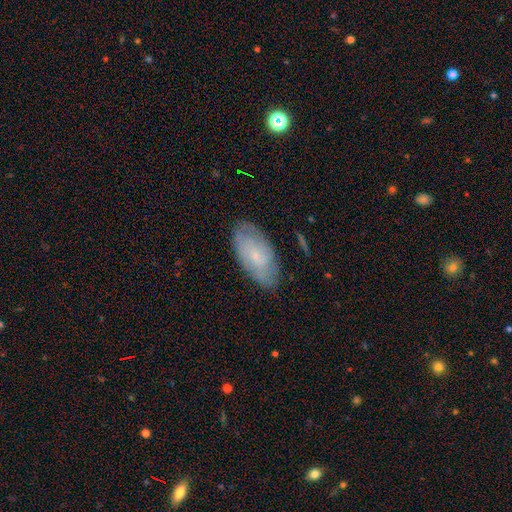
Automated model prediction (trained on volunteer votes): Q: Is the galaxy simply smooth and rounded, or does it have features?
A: featured or disk — 47%.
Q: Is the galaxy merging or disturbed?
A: none — 77%.